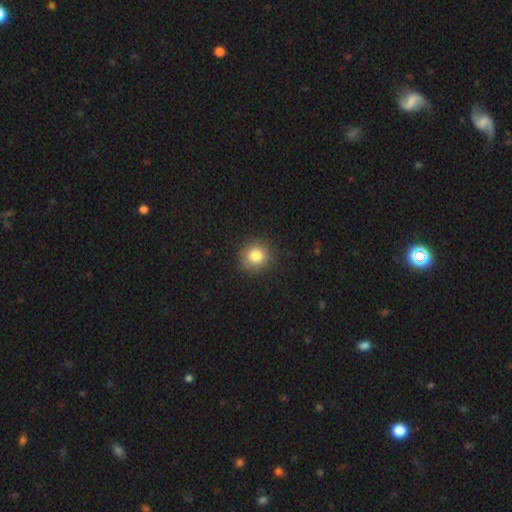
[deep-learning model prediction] A smooth galaxy with no disk features (82%) that is round (87%).

Vote fractions:
- Smooth or featured? smooth: 82% / star or artifact: 11% / featured or disk: 7%
- How rounded? round: 87% / in between: 12% / cigar-shaped: 1%
- Merging? none: 88% / minor disturbance: 9% / major disturbance: 2% / merger: 1%